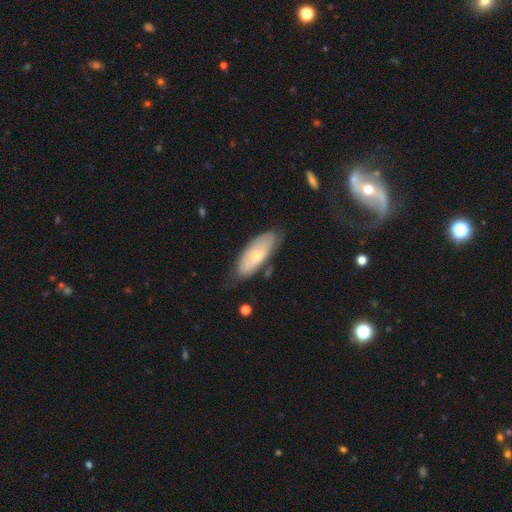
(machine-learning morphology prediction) A smooth galaxy with no disk features (54%) that is in between round and cigar-shaped (79%). Merging: none (69%).